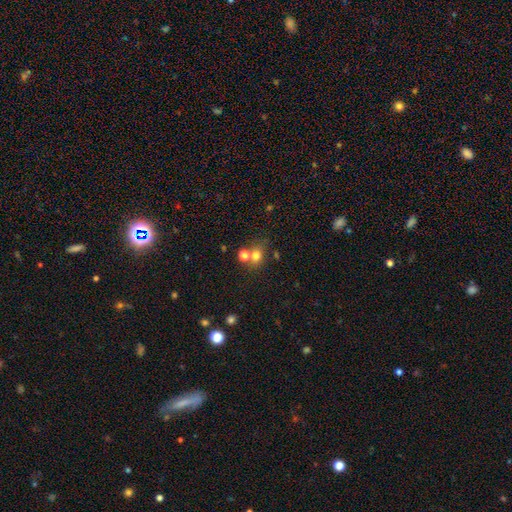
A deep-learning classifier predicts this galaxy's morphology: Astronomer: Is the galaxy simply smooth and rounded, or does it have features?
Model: smooth — 73%.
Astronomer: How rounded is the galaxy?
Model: round — 65%.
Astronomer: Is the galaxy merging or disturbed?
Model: none — 53% (runner-up: merger, 32%).